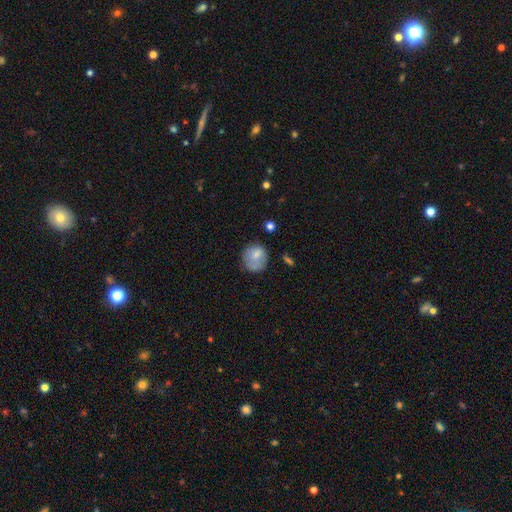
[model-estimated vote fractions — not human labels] Smooth or featured? Predicted: smooth (p=0.77). How rounded? Predicted: round (p=0.80). Merging? Predicted: none (p=0.59).